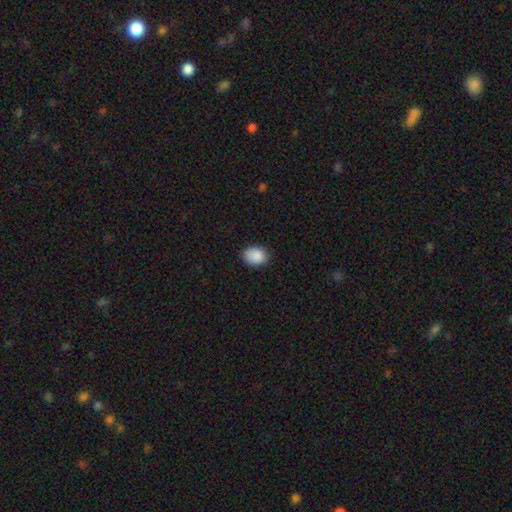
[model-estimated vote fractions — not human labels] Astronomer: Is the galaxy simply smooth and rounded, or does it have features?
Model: smooth — 89%.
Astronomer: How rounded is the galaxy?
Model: in between — 58% (runner-up: round, 41%).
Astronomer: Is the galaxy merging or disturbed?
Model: none — 85%.